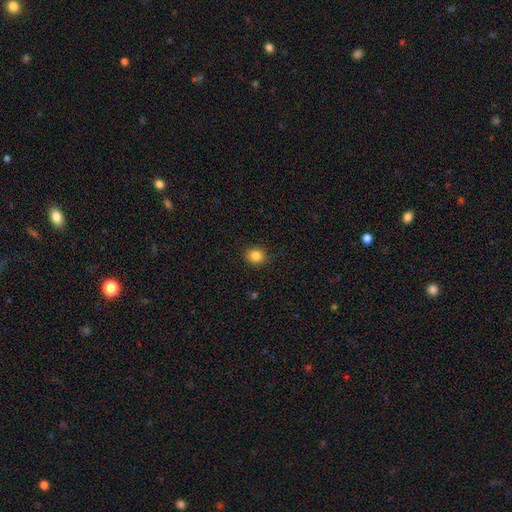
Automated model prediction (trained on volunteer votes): smooth_or_featured: smooth (p=0.84) [alt: star or artifact p=0.11]
how_rounded: round (p=0.79) [alt: in between p=0.20]
merging: none (p=0.90) [alt: minor disturbance p=0.07]